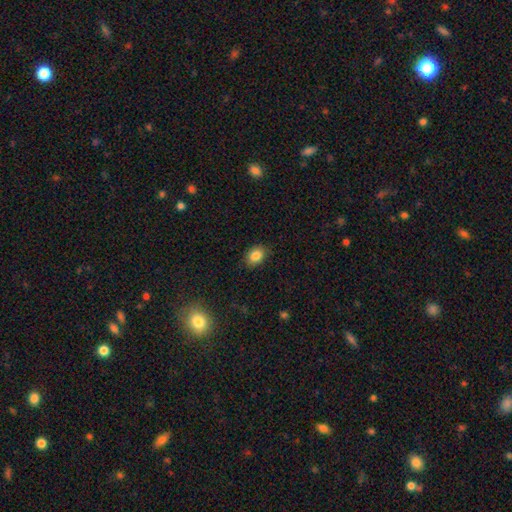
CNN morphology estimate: smooth 85%, star or artifact 9%, featured or disk 6%. Down the decision tree: how rounded — in between (66%); merging — none (84%).